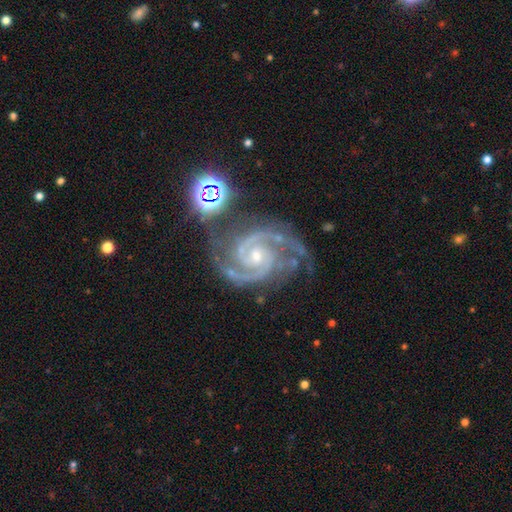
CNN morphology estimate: type=featured or disk (92%); edge-on=no (98%); bar=no (65%); spiral arms=yes (99%); winding=medium (48%); arm count=2 (80%); bulge=small (62%); merging=none (62%).